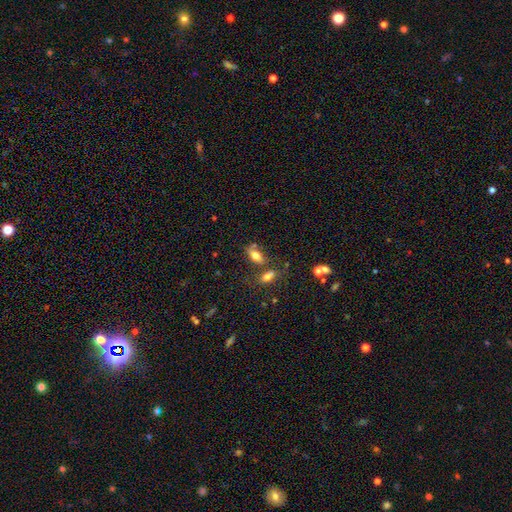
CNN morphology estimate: type=smooth (75%); roundness=in between (87%); merging=none (55%).